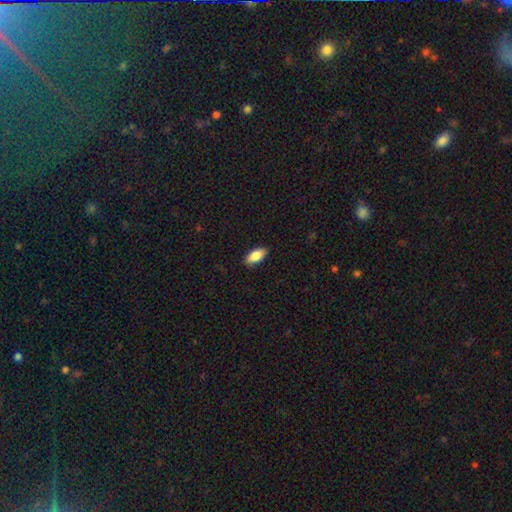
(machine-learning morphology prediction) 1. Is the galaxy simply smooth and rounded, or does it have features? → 84% smooth, 9% featured or disk, 6% star or artifact.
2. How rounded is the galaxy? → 90% in between, 8% cigar-shaped, 2% round.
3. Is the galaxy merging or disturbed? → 88% none, 9% minor disturbance, 2% major disturbance, 1% merger.